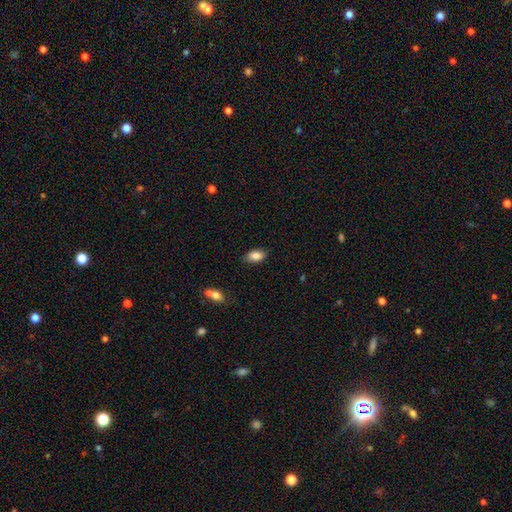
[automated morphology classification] This is clearly a smooth galaxy (85%). How rounded: clearly in between (90%). Merging: clearly none (81%).